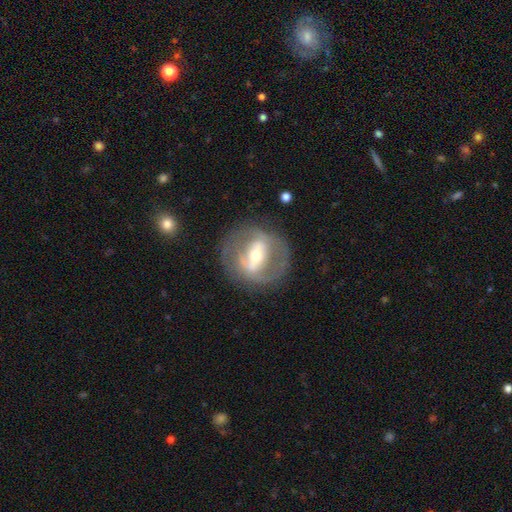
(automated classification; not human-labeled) smooth-or-featured: featured or disk: 72% | smooth: 22% | star or artifact: 6%
  disk-edge-on: no: 92% | yes: 8%
    bar: strong: 53% | weak: 29% | no: 18%
    has-spiral-arms: no: 55% | yes: 45%
    bulge-size: moderate: 60% | small: 30% | large: 8% | dominant: 1% | none: 1%
  merging: none: 74% | minor disturbance: 14% | major disturbance: 10% | merger: 2%